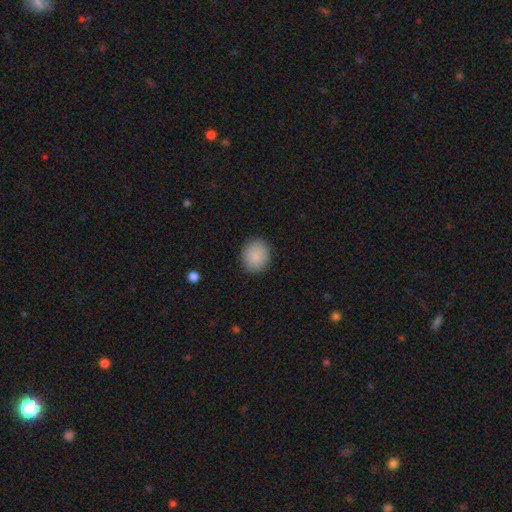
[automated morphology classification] type=smooth (89%); roundness=round (70%); merging=none (89%).